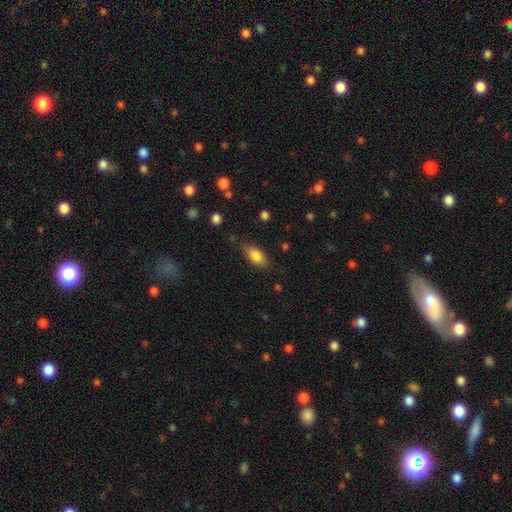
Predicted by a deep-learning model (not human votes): This is clearly a smooth galaxy (81%). How rounded: clearly in between (85%). Merging: likely none (74%).